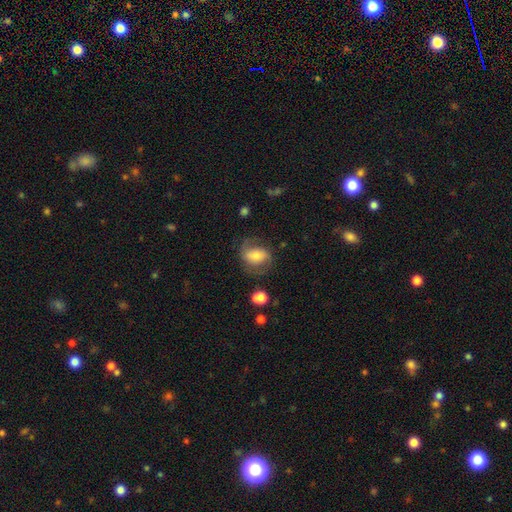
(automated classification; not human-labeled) Q: Smooth or featured?
A: featured or disk (47%); runner-up: smooth (45%)
Q: Merging?
A: none (63%); runner-up: minor disturbance (21%)